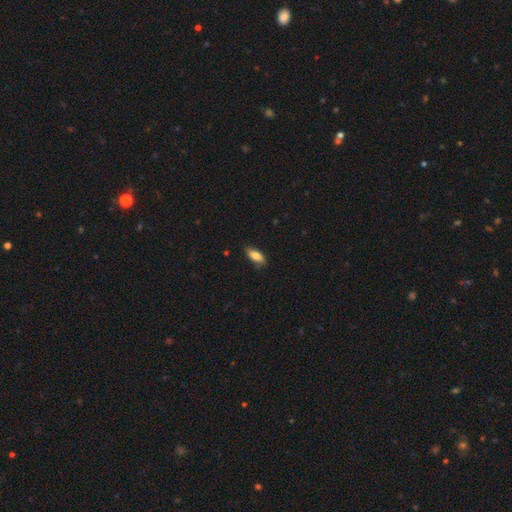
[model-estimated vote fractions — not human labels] Morphology: type=smooth (81%); roundness=in between (80%); merging=none (80%).